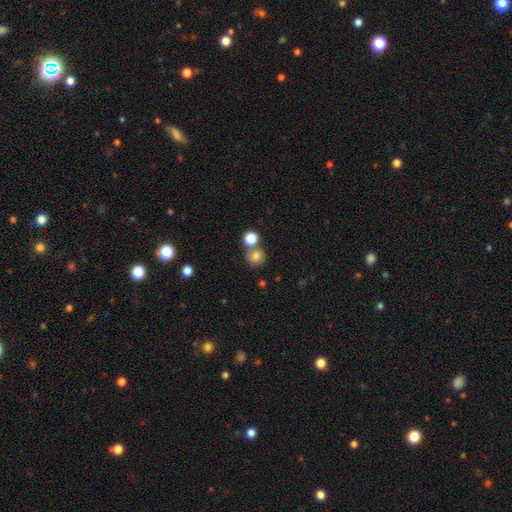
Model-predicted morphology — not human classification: Smooth or featured? Predicted: smooth (p=0.80). How rounded? Predicted: round (p=0.86). Merging? Predicted: none (p=0.62).